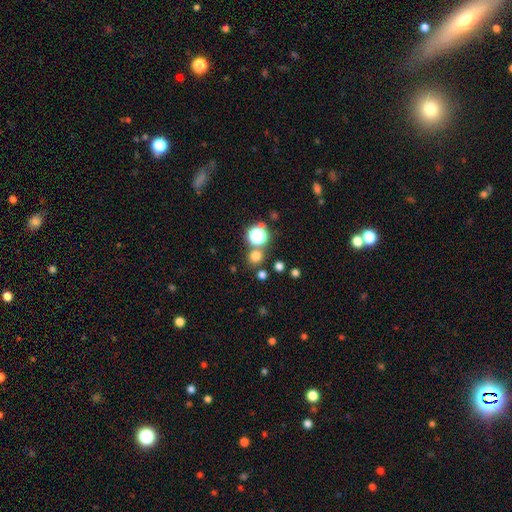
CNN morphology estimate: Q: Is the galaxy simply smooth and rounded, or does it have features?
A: smooth — 68%.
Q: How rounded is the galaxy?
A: round — 89%.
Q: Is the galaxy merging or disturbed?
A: none — 76%.